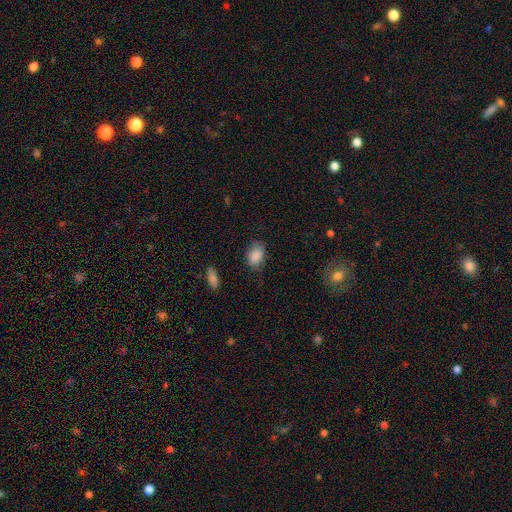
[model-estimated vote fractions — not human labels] Q: Smooth or featured?
A: smooth (87%); runner-up: star or artifact (7%)
Q: How rounded?
A: in between (84%); runner-up: round (15%)
Q: Merging?
A: none (66%); runner-up: minor disturbance (26%)